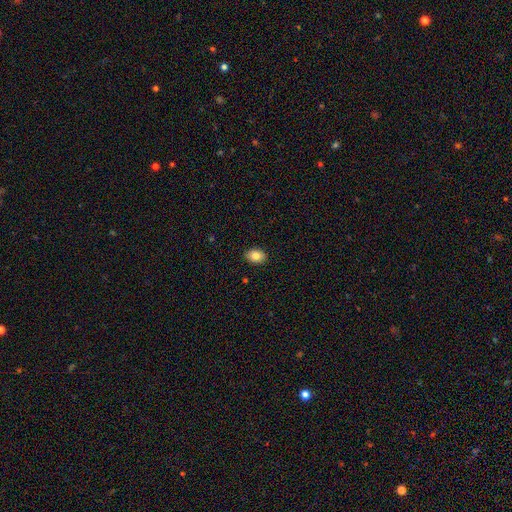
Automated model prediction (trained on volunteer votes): A smooth galaxy with no disk features (84%) that is in between round and cigar-shaped (79%).

Vote fractions:
- Smooth or featured? smooth: 84% / featured or disk: 8% / star or artifact: 8%
- How rounded? in between: 79% / round: 20% / cigar-shaped: 1%
- Merging? none: 90% / minor disturbance: 7% / major disturbance: 2% / merger: 1%